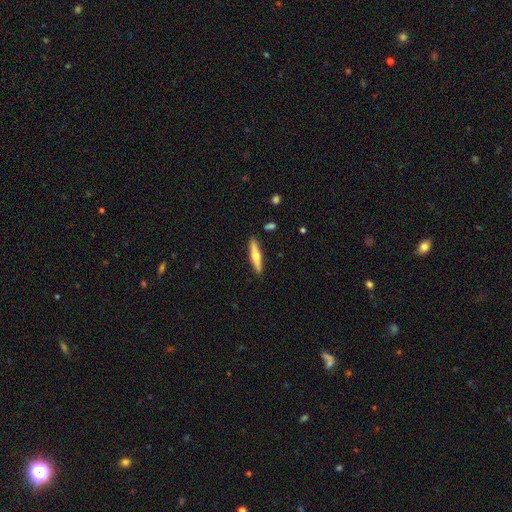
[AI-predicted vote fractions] smooth 55%, featured or disk 40%, star or artifact 5%. Down the decision tree: how rounded — cigar-shaped (87%); merging — none (89%).